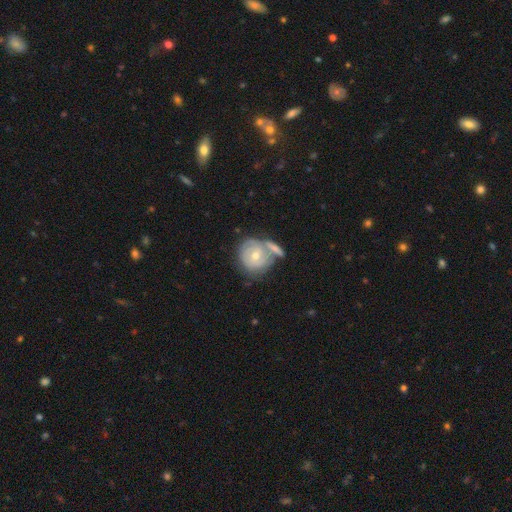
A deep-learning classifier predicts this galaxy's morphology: A featured or disk galaxy (56%) with no bar (76%), spiral arms (63%) and a moderate central bulge (58%). Merging: none (43%).